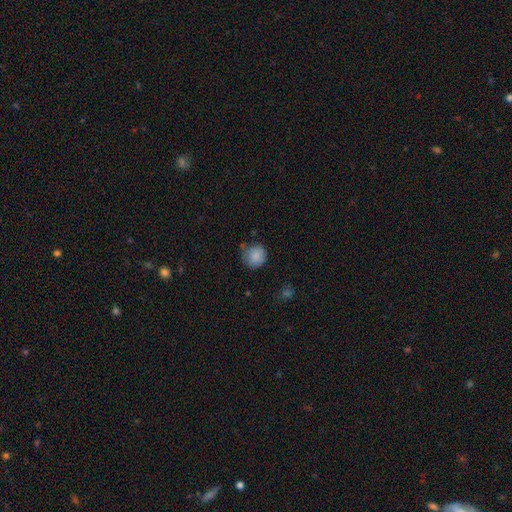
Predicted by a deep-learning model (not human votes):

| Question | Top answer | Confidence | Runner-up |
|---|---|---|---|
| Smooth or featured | smooth | 84% | star or artifact (8%) |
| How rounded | round | 86% | in between (13%) |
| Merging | none | 67% | minor disturbance (24%) |